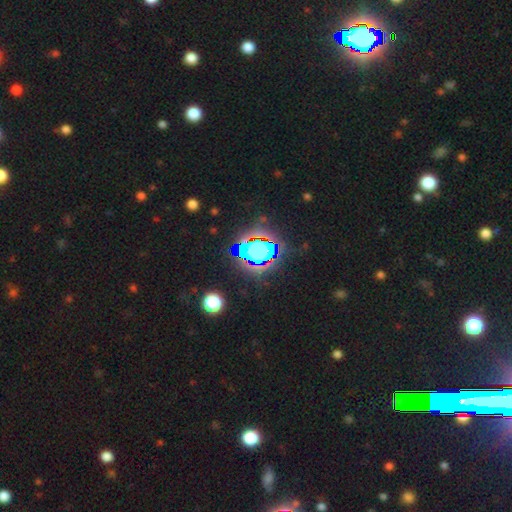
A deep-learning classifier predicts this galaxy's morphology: Smooth or featured: star or artifact — 69% (smooth — 17%)